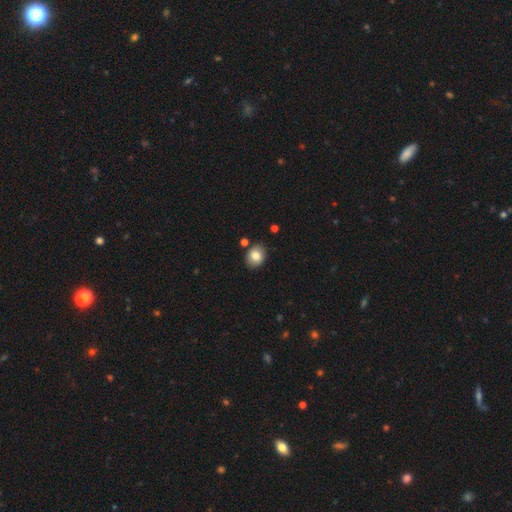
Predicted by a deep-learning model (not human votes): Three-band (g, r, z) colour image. It shows a smooth galaxy with no disk features (81%) that is round (52%). Merging: none (84%).